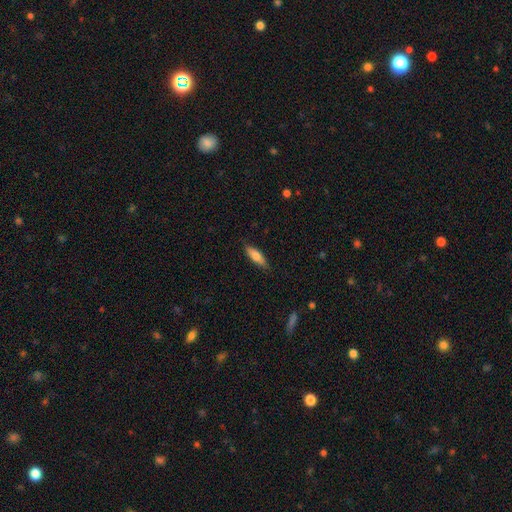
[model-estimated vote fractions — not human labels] Smooth or featured?
  - smooth: 70% *
  - featured or disk: 24%
  - star or artifact: 6%
How rounded?
  - cigar-shaped: 53% *
  - in between: 45%
  - round: 2%
Merging?
  - none: 84% *
  - minor disturbance: 13%
  - major disturbance: 2%
  - merger: 1%